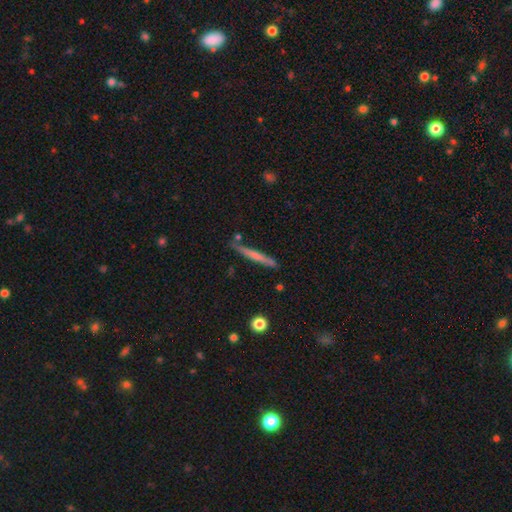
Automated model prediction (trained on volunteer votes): smooth 48%, featured or disk 46%, star or artifact 6%. Down the decision tree: merging — none (83%).